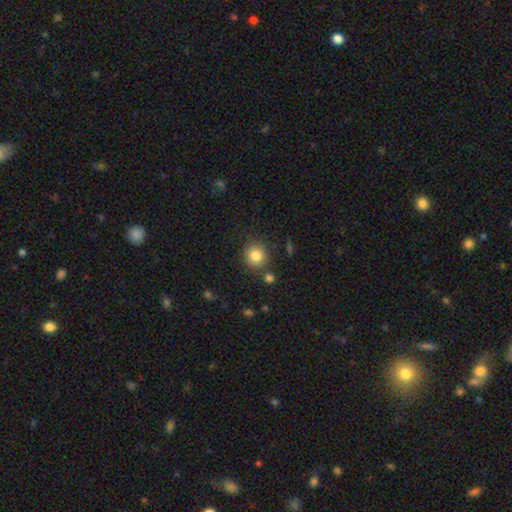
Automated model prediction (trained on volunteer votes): Overall: smooth (83%). How rounded: round (90%). Merging: none (83%).